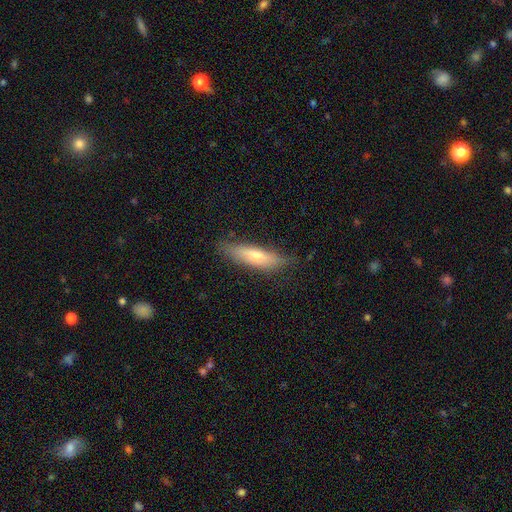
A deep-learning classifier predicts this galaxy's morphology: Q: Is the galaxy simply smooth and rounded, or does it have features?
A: smooth — 60%.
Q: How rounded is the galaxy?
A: cigar-shaped — 69%.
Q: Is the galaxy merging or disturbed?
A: none — 81%.